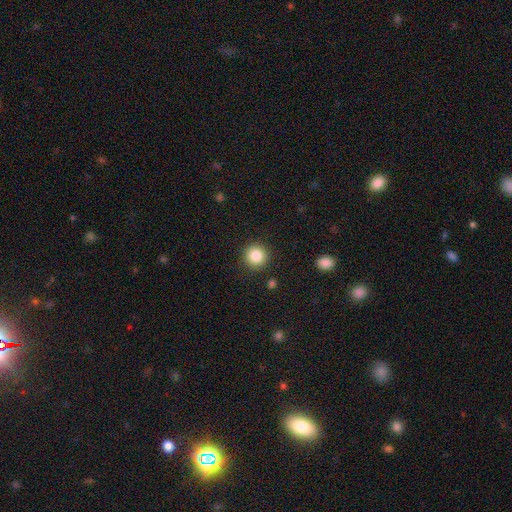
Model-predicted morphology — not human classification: The model was most divided on "smooth or featured": smooth: 86%, star or artifact: 10%, featured or disk: 4%. More confident: how rounded — round (94%); merging — none (90%).